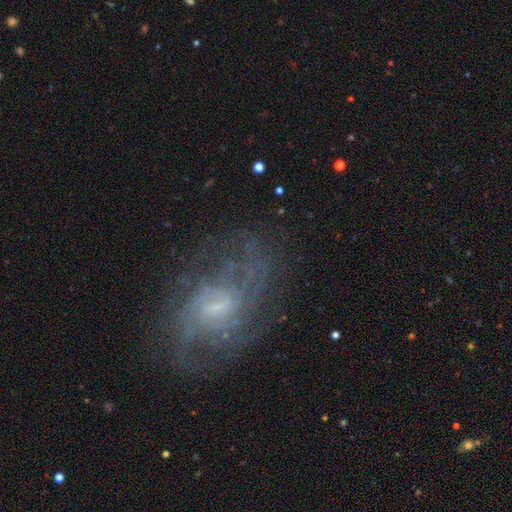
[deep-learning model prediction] smooth_or_featured: featured or disk (p=0.73) [alt: smooth p=0.14]
disk_edge_on: no (p=0.96) [alt: yes p=0.04]
bar: weak (p=0.46) [alt: no p=0.45]
has_spiral_arms: yes (p=0.86) [alt: no p=0.14]
spiral_winding: medium (p=0.43) [alt: tight p=0.32]
spiral_arm_count: can't tell (p=0.44) [alt: 2 p=0.28]
bulge_size: small (p=0.50) [alt: moderate p=0.31]
merging: none (p=0.68) [alt: minor disturbance p=0.17]